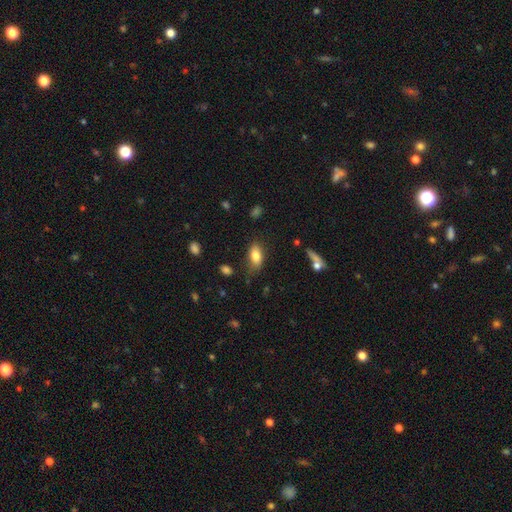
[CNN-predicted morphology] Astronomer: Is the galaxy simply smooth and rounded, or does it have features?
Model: smooth — 80%.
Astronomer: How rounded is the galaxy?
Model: in between — 89%.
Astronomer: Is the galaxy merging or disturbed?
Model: none — 71%.